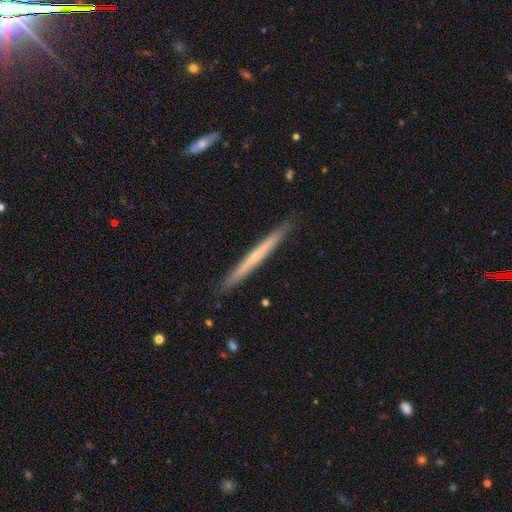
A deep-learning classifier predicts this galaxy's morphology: A featured or disk galaxy (52%) viewed edge-on (97%) with no central bulge (76%).

Vote fractions:
- Smooth or featured? featured or disk: 52% / smooth: 42% / star or artifact: 6%
- Edge-on disk? yes: 97% / no: 3%
- Edge-on bulge? none: 76% / rounded: 21% / boxy: 3%
- Merging? none: 91% / minor disturbance: 7% / major disturbance: 1% / merger: 1%